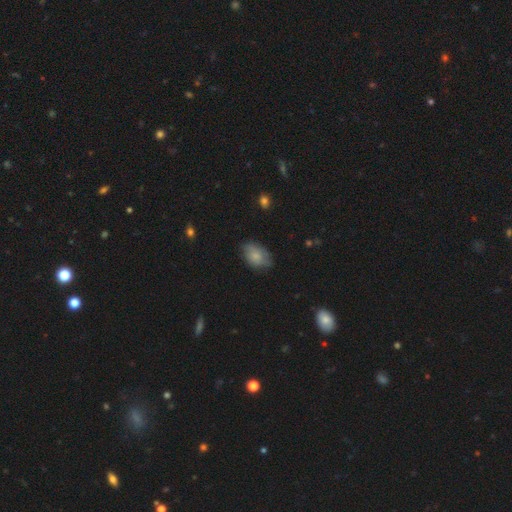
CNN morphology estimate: smooth 76%, featured or disk 17%, star or artifact 8%. Down the decision tree: how rounded — in between (87%); merging — none (63%).